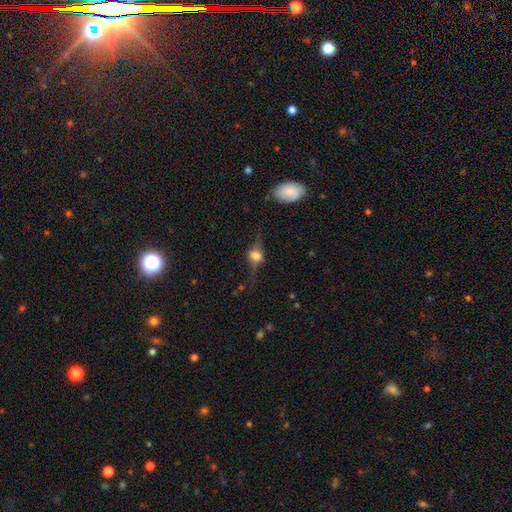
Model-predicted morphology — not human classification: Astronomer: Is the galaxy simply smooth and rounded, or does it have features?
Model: featured or disk — 67%.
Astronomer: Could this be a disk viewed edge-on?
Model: yes — 89%.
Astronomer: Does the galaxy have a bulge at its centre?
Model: rounded — 94%.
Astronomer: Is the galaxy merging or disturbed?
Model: none — 73%.